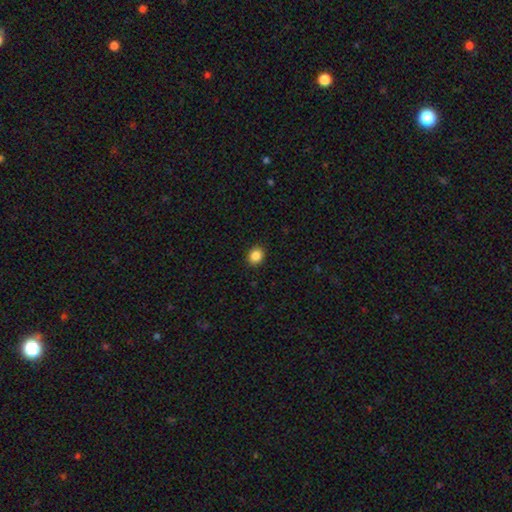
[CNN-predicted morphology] Overall: smooth (87%). How rounded: round (70%). Merging: none (92%).